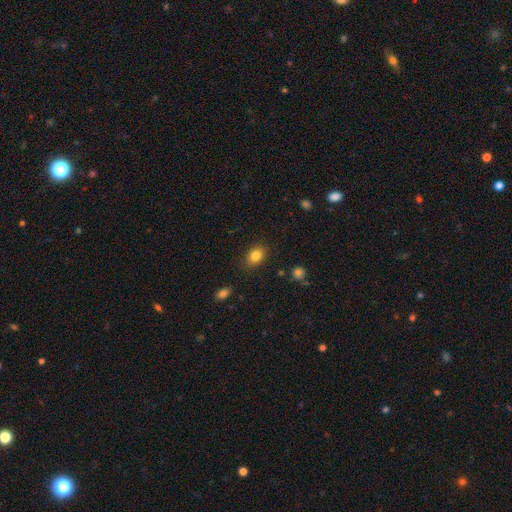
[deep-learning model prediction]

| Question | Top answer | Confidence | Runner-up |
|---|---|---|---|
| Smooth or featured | smooth | 83% | star or artifact (10%) |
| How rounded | in between | 71% | round (27%) |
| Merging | none | 85% | minor disturbance (11%) |